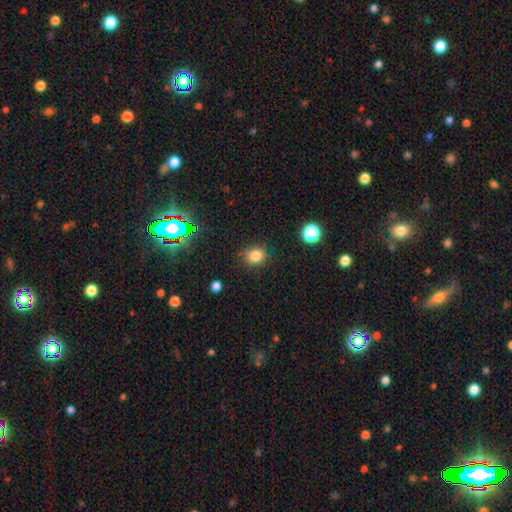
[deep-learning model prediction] smooth-or-featured: smooth: 81% | star or artifact: 14% | featured or disk: 6%
  how-rounded: round: 72% | in between: 27% | cigar-shaped: 1%
  merging: none: 80% | minor disturbance: 15% | major disturbance: 4% | merger: 2%